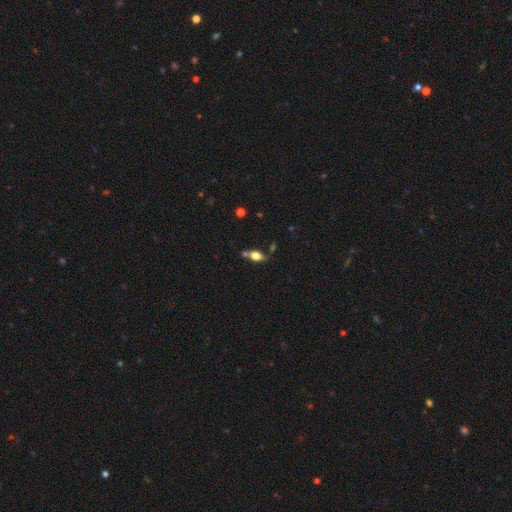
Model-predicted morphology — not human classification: This is likely a smooth galaxy (70%). How rounded: clearly in between (82%). Merging: likely none (61%).